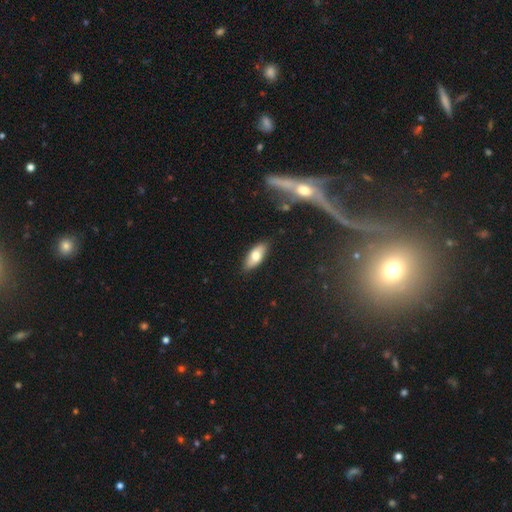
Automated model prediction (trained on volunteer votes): Q: Smooth or featured?
A: smooth (73%); runner-up: featured or disk (21%)
Q: How rounded?
A: in between (84%); runner-up: cigar-shaped (14%)
Q: Merging?
A: none (86%); runner-up: minor disturbance (11%)